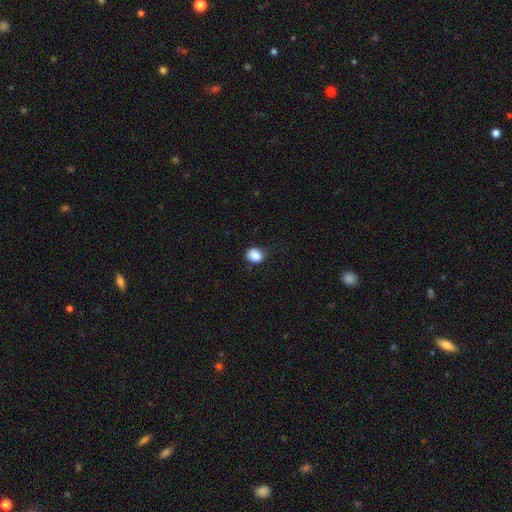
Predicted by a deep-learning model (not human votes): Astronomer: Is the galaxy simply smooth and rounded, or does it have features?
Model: smooth — 84%.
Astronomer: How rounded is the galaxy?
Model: round — 61% (runner-up: in between, 38%).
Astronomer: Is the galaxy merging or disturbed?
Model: none — 68%.